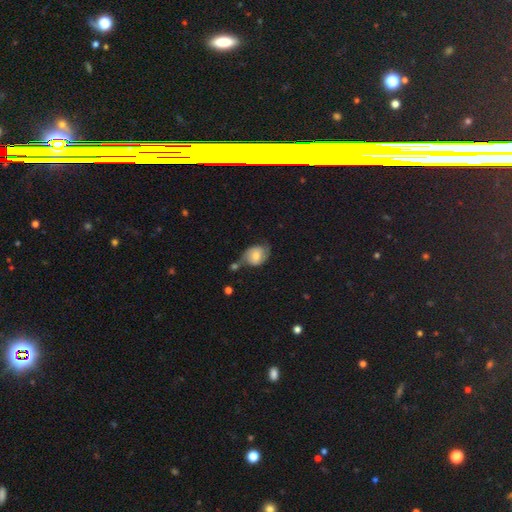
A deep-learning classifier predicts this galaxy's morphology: Smooth or featured? Predicted: featured or disk (p=0.48). Merging? Predicted: none (p=0.48).